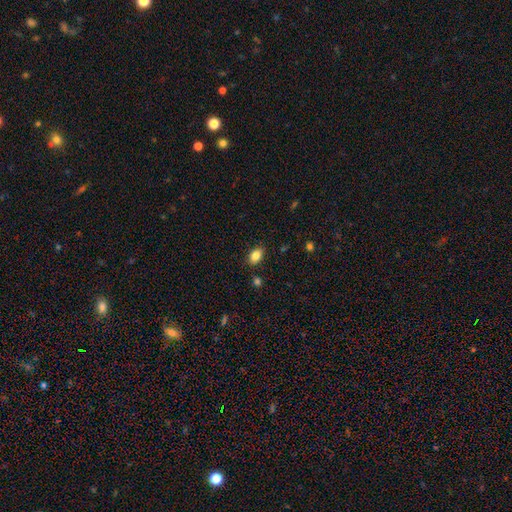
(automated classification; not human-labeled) Smooth or featured?
  - smooth: 85% *
  - star or artifact: 9%
  - featured or disk: 6%
How rounded?
  - in between: 86% *
  - round: 12%
  - cigar-shaped: 2%
Merging?
  - none: 85% *
  - minor disturbance: 10%
  - major disturbance: 2%
  - merger: 2%